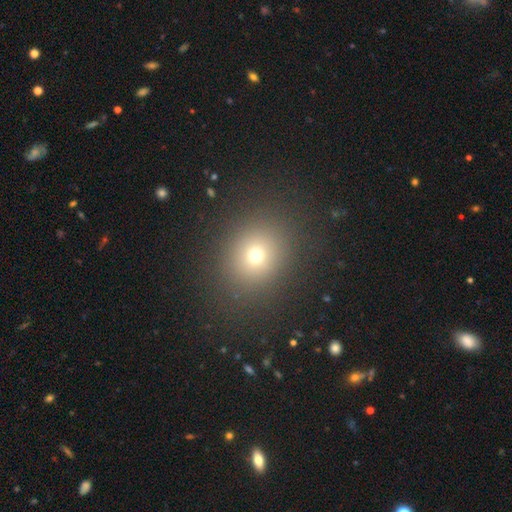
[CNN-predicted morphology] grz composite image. It shows a smooth galaxy with no disk features (69%) that is round (69%). Merging: none (86%).